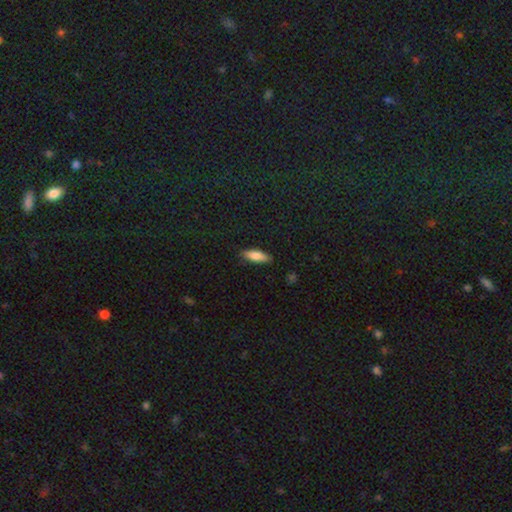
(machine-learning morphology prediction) This appears to be a smooth galaxy with no disk features (81%) that is in between round and cigar-shaped (60%). Merging: none (86%).